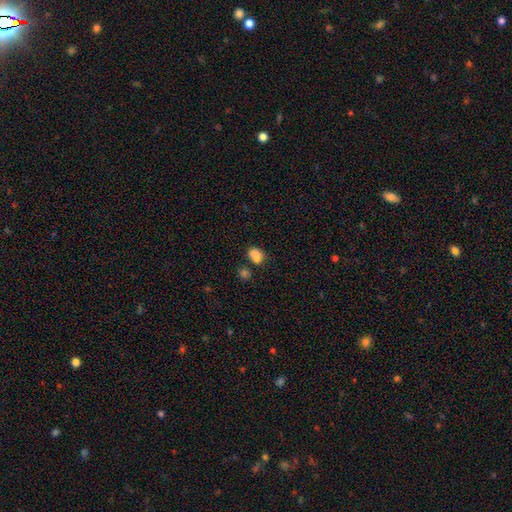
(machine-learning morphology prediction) smooth-or-featured: smooth: 77% | star or artifact: 12% | featured or disk: 11%
  how-rounded: in between: 58% | round: 41% | cigar-shaped: 1%
  merging: merger: 42% | none: 39% | minor disturbance: 13% | major disturbance: 6%